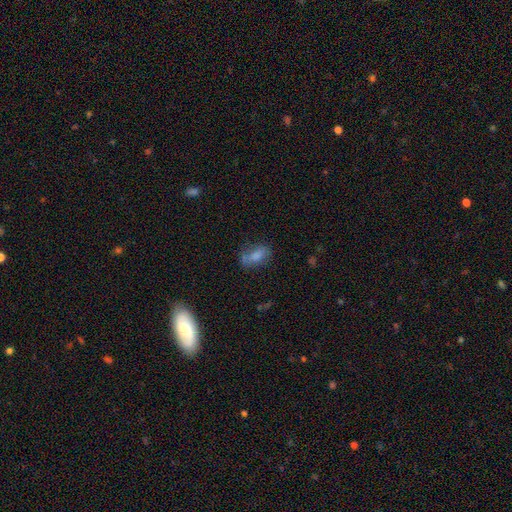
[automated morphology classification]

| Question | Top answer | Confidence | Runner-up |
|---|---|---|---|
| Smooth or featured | smooth | 73% | featured or disk (17%) |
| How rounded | in between | 85% | cigar-shaped (8%) |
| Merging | none | 57% | minor disturbance (25%) |